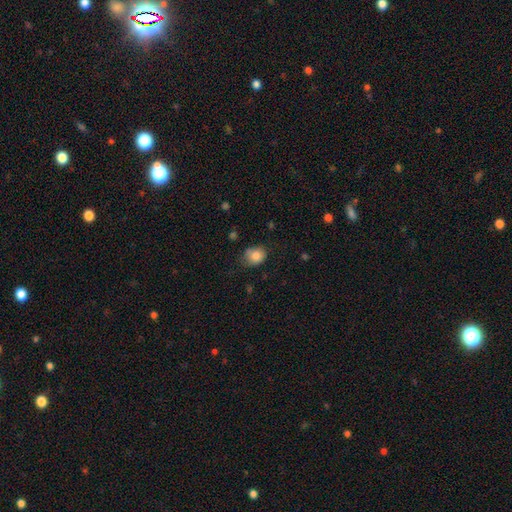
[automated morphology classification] type=smooth (83%); roundness=round (51%); merging=none (59%).